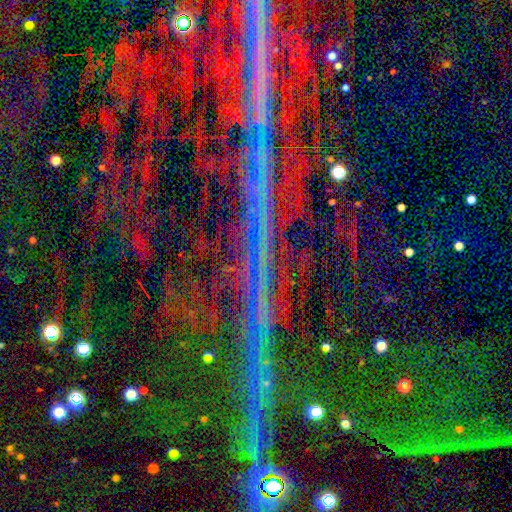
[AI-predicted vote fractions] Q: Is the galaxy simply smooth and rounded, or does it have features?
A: star or artifact — 86%.